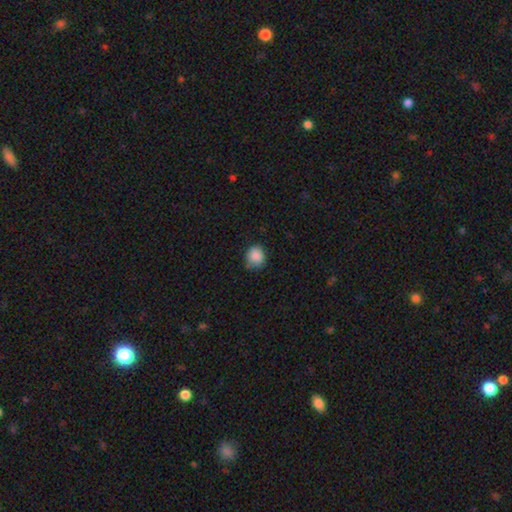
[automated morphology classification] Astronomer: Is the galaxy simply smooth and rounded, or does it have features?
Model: smooth — 87%.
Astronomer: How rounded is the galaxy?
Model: round — 72%.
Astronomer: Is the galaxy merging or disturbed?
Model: none — 67%.